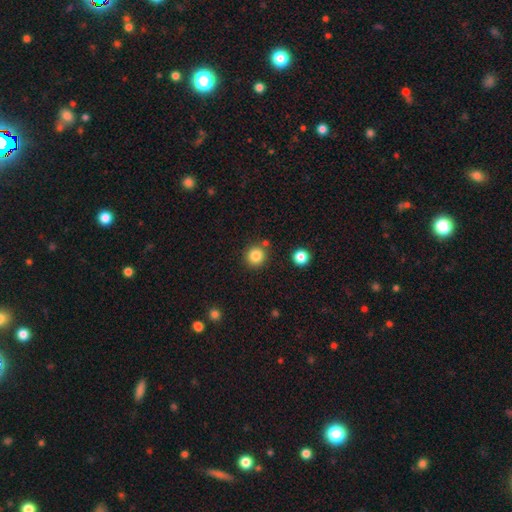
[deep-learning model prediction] smooth_or_featured: smooth (p=0.84) [alt: star or artifact p=0.11]
how_rounded: round (p=0.91) [alt: in between p=0.08]
merging: none (p=0.84) [alt: minor disturbance p=0.07]